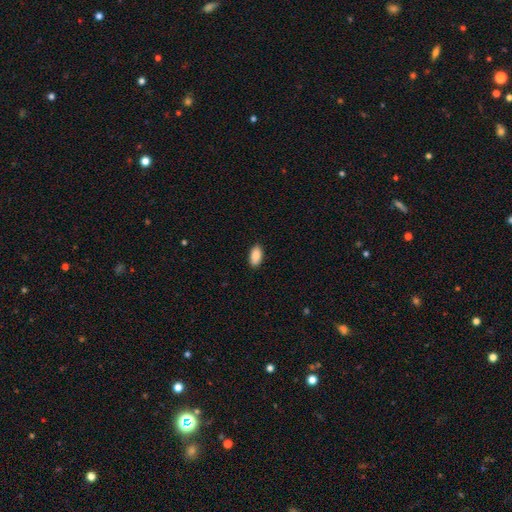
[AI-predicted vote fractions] Morphology: type=smooth (90%); roundness=in between (94%); merging=none (89%).